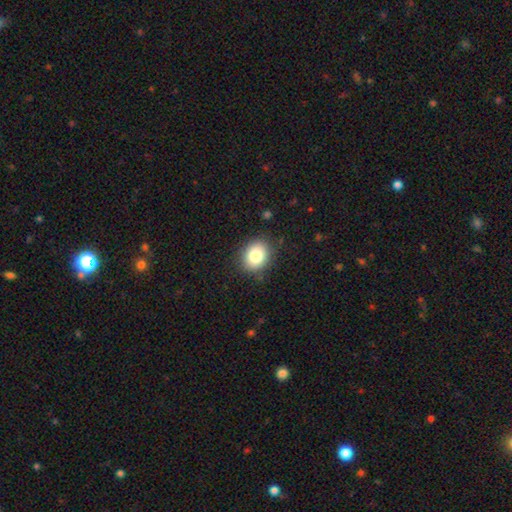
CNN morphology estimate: This is clearly a smooth galaxy (82%). How rounded: possibly round (58%). Merging: clearly none (86%).